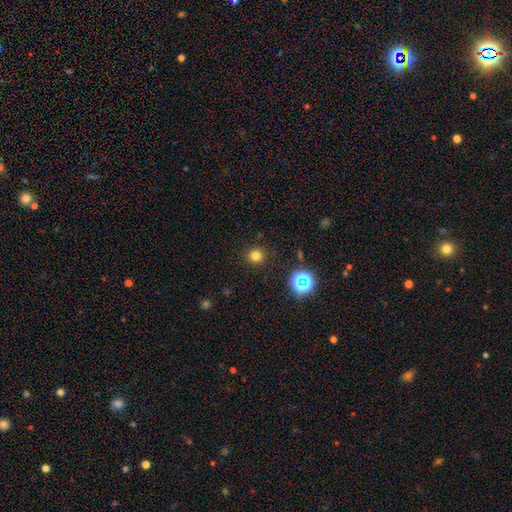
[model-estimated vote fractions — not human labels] The model was most divided on "smooth or featured": smooth: 77%, star or artifact: 18%, featured or disk: 5%. More confident: how rounded — round (93%); merging — none (90%).